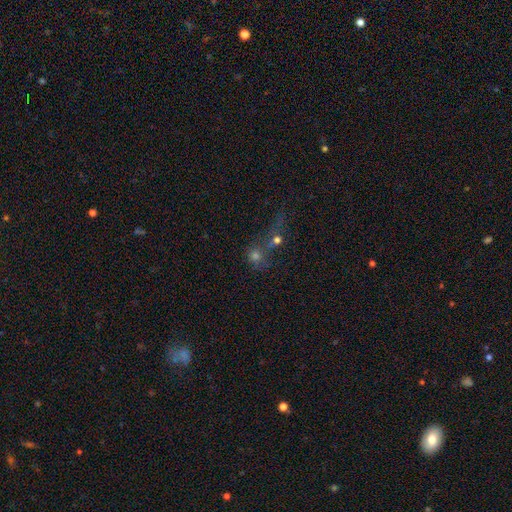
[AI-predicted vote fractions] The model was most divided on "merging": merger: 54%, none: 31%, major disturbance: 8%, minor disturbance: 7%. More confident: how rounded — round (81%); smooth or featured — smooth (59%).